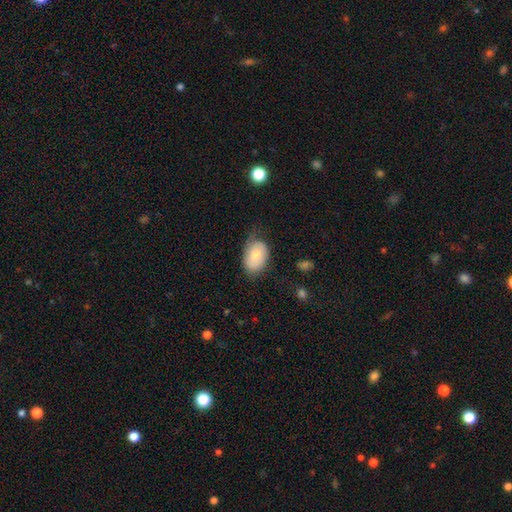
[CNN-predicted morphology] The model was most divided on "merging": none: 57%, minor disturbance: 30%, major disturbance: 11%, merger: 2%. More confident: how rounded — in between (85%); smooth or featured — smooth (62%).